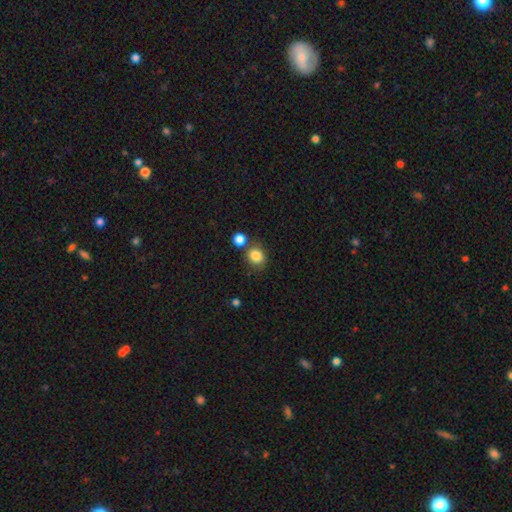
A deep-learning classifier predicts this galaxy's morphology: A smooth galaxy with no disk features (84%) that is round (71%).

Vote fractions:
- Smooth or featured? smooth: 84% / star or artifact: 10% / featured or disk: 6%
- How rounded? round: 71% / in between: 28% / cigar-shaped: 1%
- Merging? none: 66% / merger: 18% / minor disturbance: 12% / major disturbance: 4%